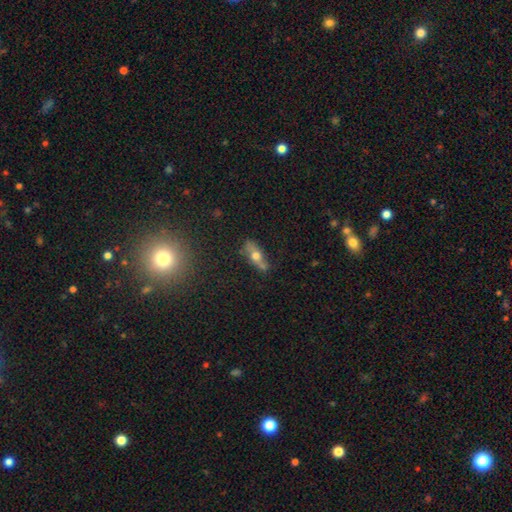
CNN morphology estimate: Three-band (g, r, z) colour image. It shows a smooth galaxy with no disk features (48%). Merging: none (68%).